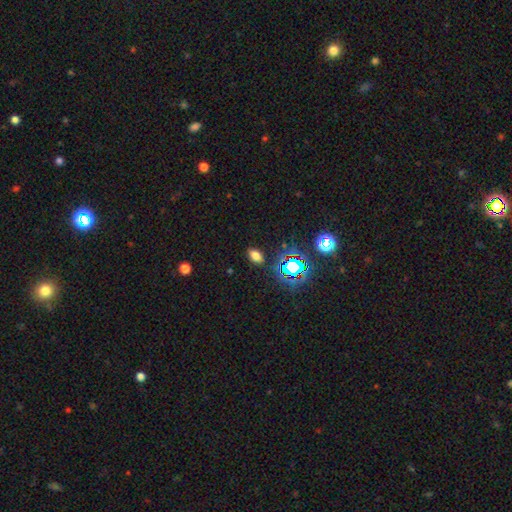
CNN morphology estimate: The model was most divided on "smooth or featured": smooth: 69%, star or artifact: 24%, featured or disk: 7%. More confident: merging — none (87%); how rounded — in between (85%).